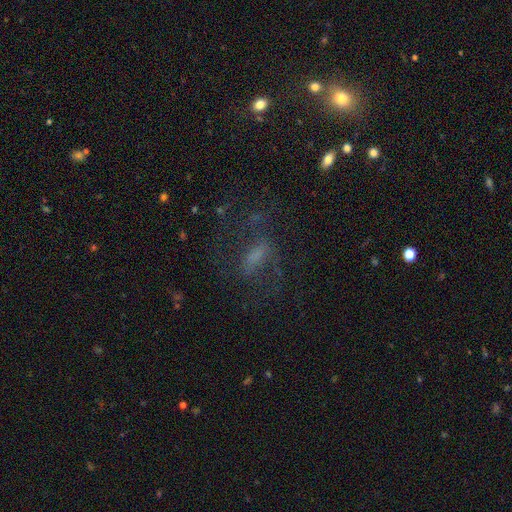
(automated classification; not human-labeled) Overall: featured or disk (51%; smooth 28%). Edge-on disk: no (90%). Merging: none (55%; major disturbance 25%).